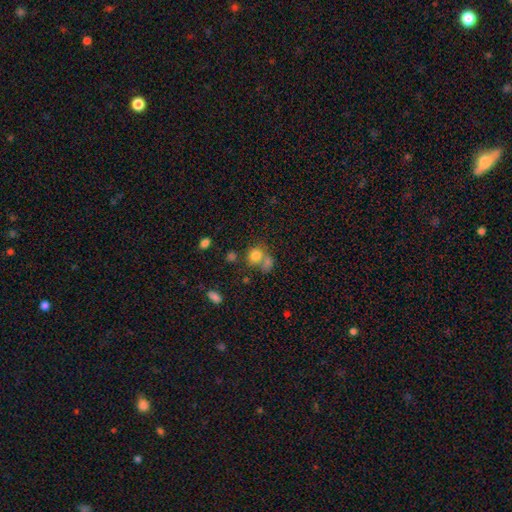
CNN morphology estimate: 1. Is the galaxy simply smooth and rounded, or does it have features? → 78% smooth, 12% star or artifact, 10% featured or disk.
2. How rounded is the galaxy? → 71% round, 28% in between, 1% cigar-shaped.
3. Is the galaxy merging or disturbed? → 46% merger, 38% none, 10% minor disturbance, 6% major disturbance.